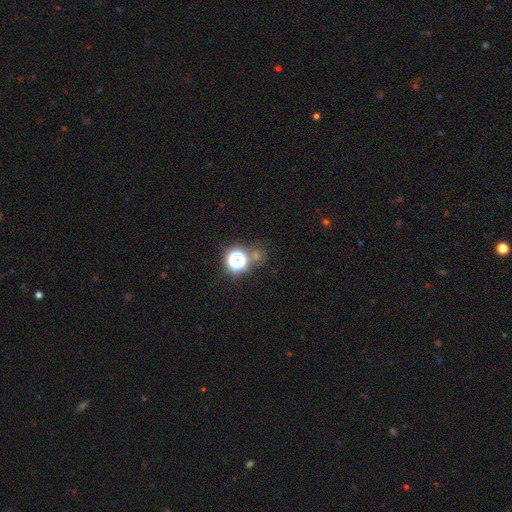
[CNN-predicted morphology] Smooth or featured?
  - star or artifact: 62% *
  - smooth: 31%
  - featured or disk: 8%